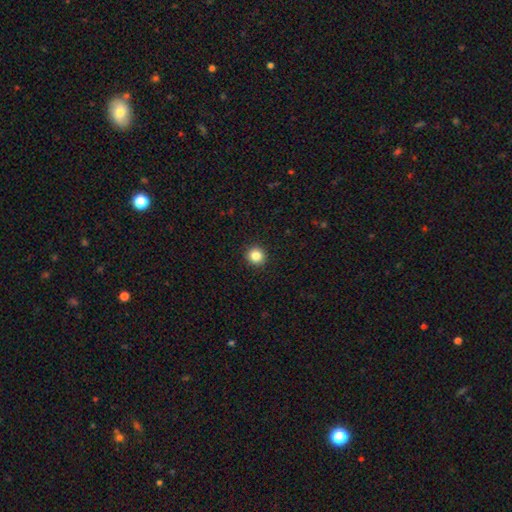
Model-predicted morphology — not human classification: Smooth or featured?
  - smooth: 85% *
  - star or artifact: 10%
  - featured or disk: 4%
How rounded?
  - round: 93% *
  - in between: 6%
  - cigar-shaped: 1%
Merging?
  - none: 93% *
  - minor disturbance: 5%
  - major disturbance: 2%
  - merger: 1%